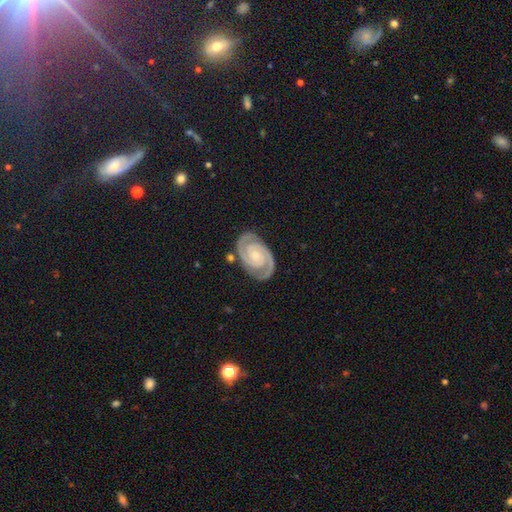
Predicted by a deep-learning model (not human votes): Q: Smooth or featured?
A: featured or disk (93%); runner-up: star or artifact (4%)
Q: Edge-on disk?
A: no (98%); runner-up: yes (2%)
Q: Bar?
A: no (62%); runner-up: weak (28%)
Q: Spiral arms?
A: yes (99%); runner-up: no (1%)
Q: Spiral winding?
A: tight (72%); runner-up: medium (25%)
Q: Spiral arm count?
A: 2 (93%); runner-up: 3 (2%)
Q: Bulge size?
A: small (59%); runner-up: moderate (34%)
Q: Merging?
A: none (85%); runner-up: minor disturbance (11%)